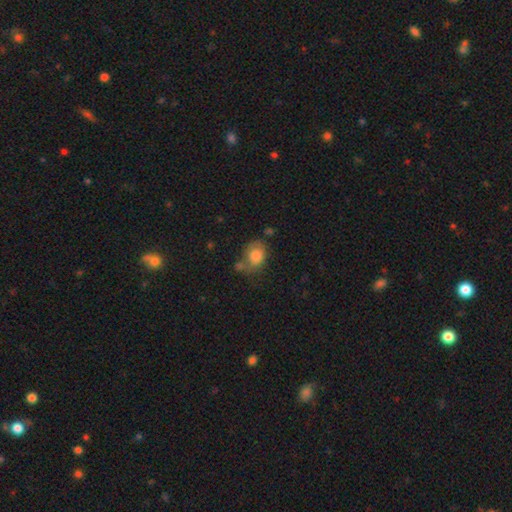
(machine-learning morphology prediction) Overall: smooth (79%). How rounded: in between (54%; round 45%). Merging: none (45%; minor disturbance 25%).